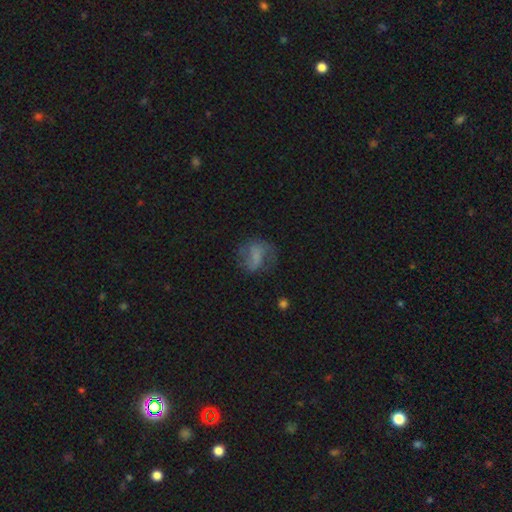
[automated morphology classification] Smooth or featured: featured or disk — 49% (smooth — 40%)
Merging: none — 54% (minor disturbance — 23%)